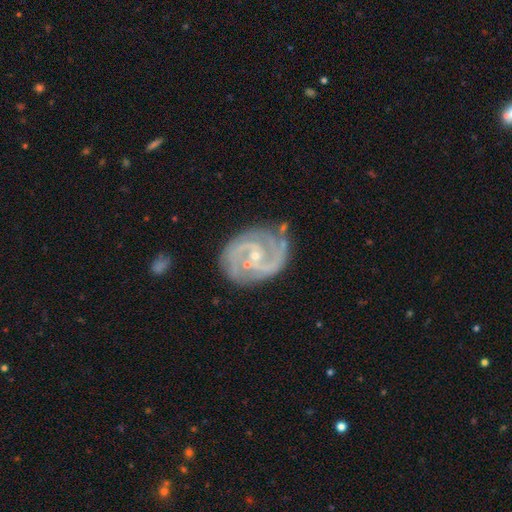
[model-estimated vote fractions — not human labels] Overall: featured or disk (91%). Edge-on disk: no (98%). Bar: no (48%; weak 39%). Spiral arms: yes (98%). Spiral arm count: 2 (73%). Spiral winding: tight (47%; medium 45%). Bulge size: small (74%). Merging: none (71%).